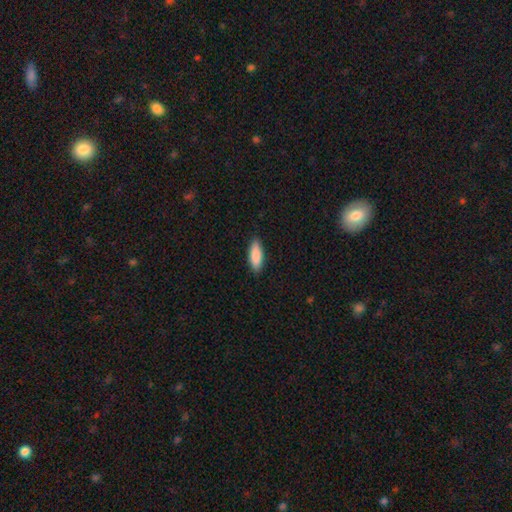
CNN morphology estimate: Smooth or featured? Predicted: smooth (p=0.88). How rounded? Predicted: in between (p=0.68). Merging? Predicted: none (p=0.89).